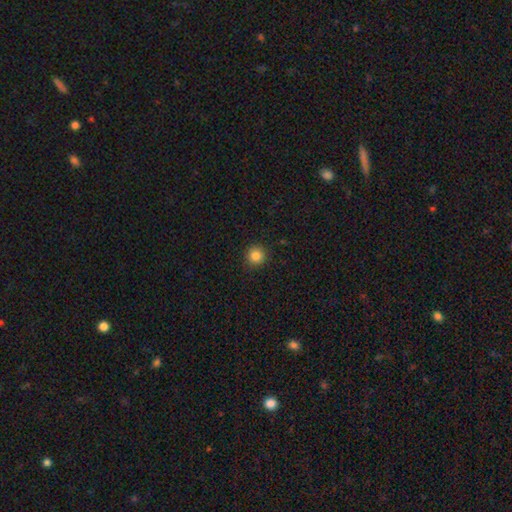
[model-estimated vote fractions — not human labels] Smooth or featured? Predicted: smooth (p=0.85). How rounded? Predicted: round (p=0.95). Merging? Predicted: none (p=0.92).